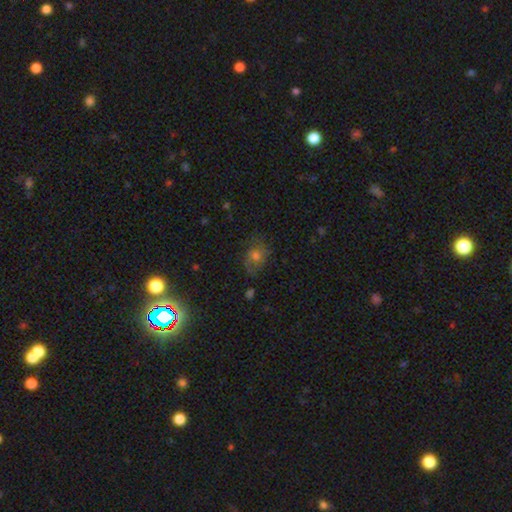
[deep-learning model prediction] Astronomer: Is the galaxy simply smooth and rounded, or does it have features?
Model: smooth — 57%.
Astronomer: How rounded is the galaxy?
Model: in between — 56% (runner-up: round, 43%).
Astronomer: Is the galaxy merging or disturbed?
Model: none — 63%.